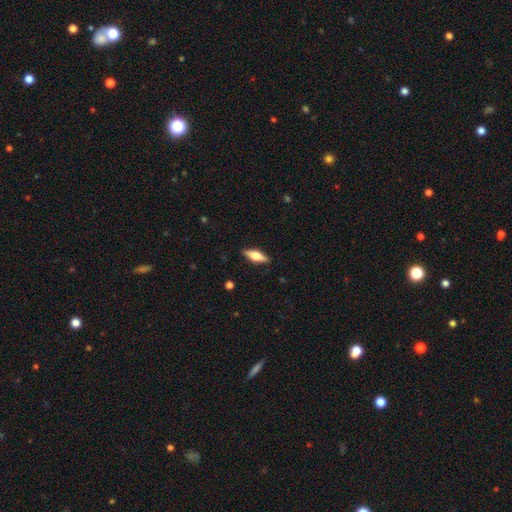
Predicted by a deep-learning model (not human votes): Smooth or featured?
  - smooth: 48% *
  - featured or disk: 46%
  - star or artifact: 6%
Merging?
  - none: 88% *
  - minor disturbance: 9%
  - major disturbance: 2%
  - merger: 1%